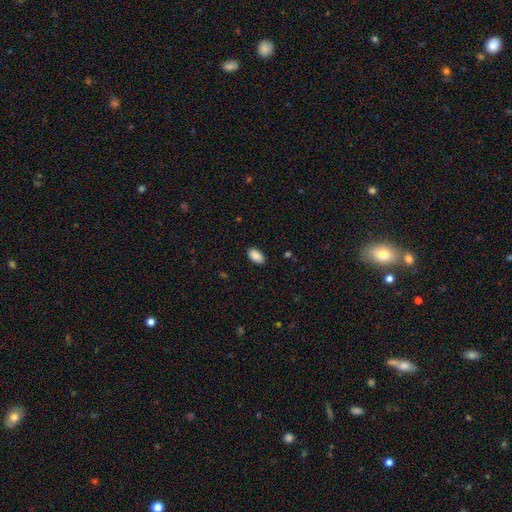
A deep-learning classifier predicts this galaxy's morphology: This appears to be a smooth galaxy with no disk features (89%) that is in between round and cigar-shaped (94%). Merging: none (88%).